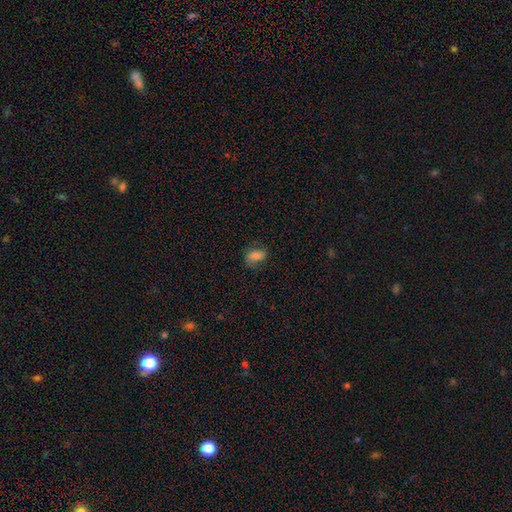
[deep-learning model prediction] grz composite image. It shows a smooth galaxy with no disk features (73%) that is in between round and cigar-shaped (84%). Merging: none (69%).